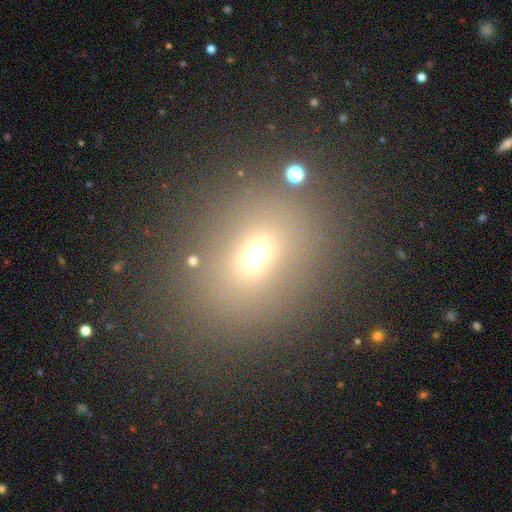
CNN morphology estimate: Overall: smooth (64%; star or artifact 25%). How rounded: round (55%; in between 44%). Merging: none (82%).